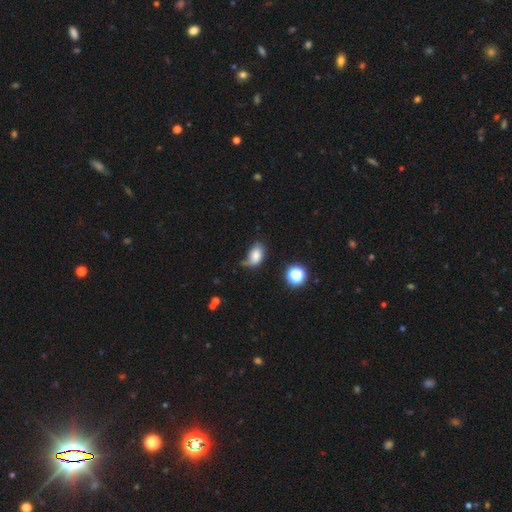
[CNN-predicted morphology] Q: Smooth or featured?
A: smooth (77%); runner-up: featured or disk (12%)
Q: How rounded?
A: in between (85%); runner-up: round (14%)
Q: Merging?
A: none (42%); runner-up: minor disturbance (35%)